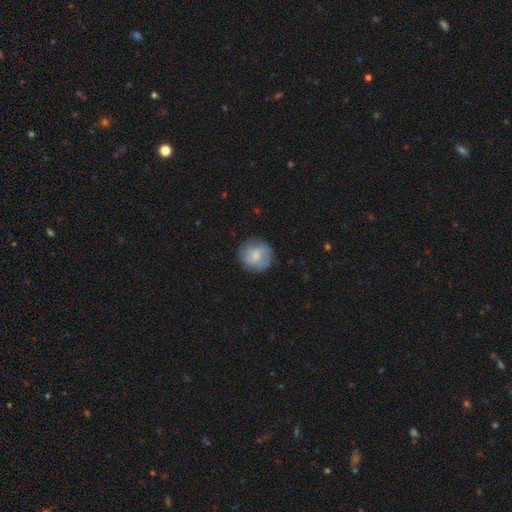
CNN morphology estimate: The model was most divided on "smooth or featured": smooth: 69%, featured or disk: 25%, star or artifact: 7%. More confident: how rounded — round (92%); merging — none (81%).